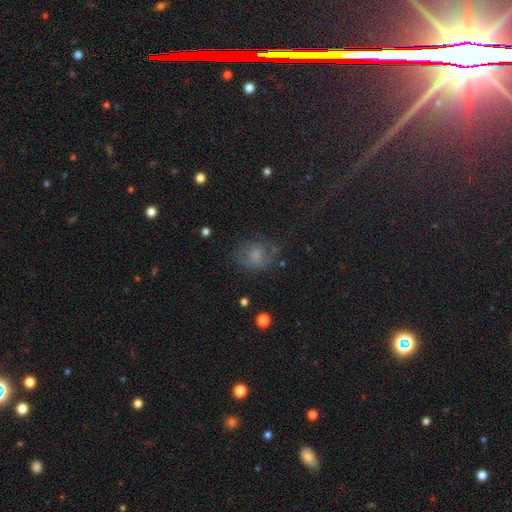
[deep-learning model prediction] Smooth or featured? smooth (56%)
How rounded? in between (51%)
Merging? none (54%)